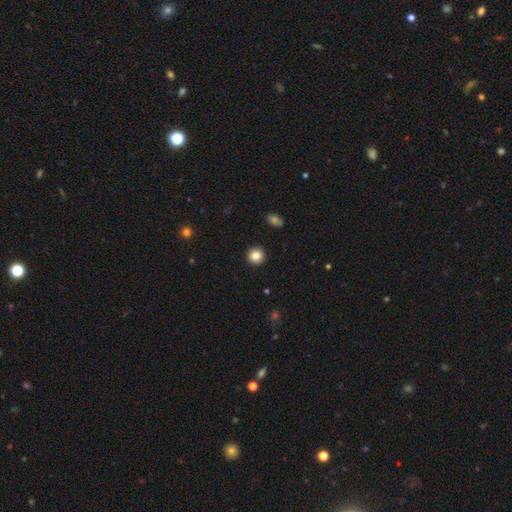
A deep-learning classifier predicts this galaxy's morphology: Q: Smooth or featured?
A: smooth (84%); runner-up: star or artifact (10%)
Q: How rounded?
A: round (93%); runner-up: in between (6%)
Q: Merging?
A: none (93%); runner-up: minor disturbance (4%)